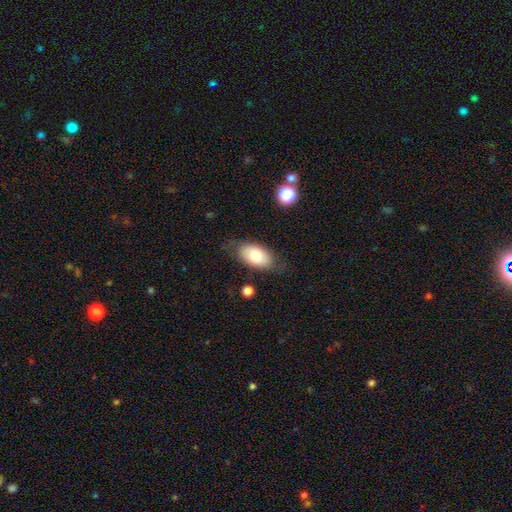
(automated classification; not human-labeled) Morphology: type=smooth (79%); roundness=in between (93%); merging=none (72%).